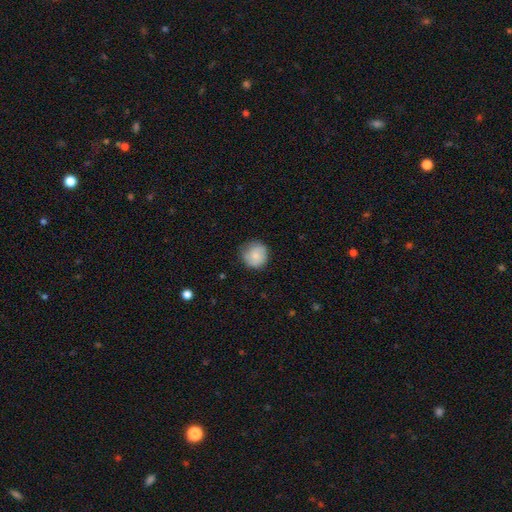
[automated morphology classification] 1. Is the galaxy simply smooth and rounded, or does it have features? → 80% smooth, 13% featured or disk, 7% star or artifact.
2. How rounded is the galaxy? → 92% round, 8% in between, 1% cigar-shaped.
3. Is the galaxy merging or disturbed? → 75% none, 20% minor disturbance, 4% major disturbance, 1% merger.